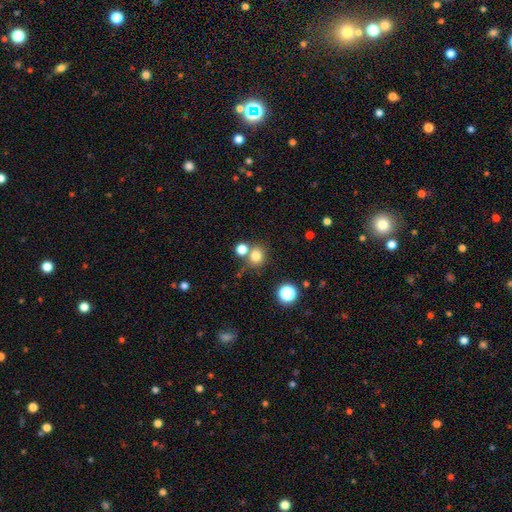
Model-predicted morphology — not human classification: smooth_or_featured: smooth (p=0.78) [alt: star or artifact p=0.15]
how_rounded: round (p=0.82) [alt: in between p=0.17]
merging: none (p=0.65) [alt: merger p=0.23]